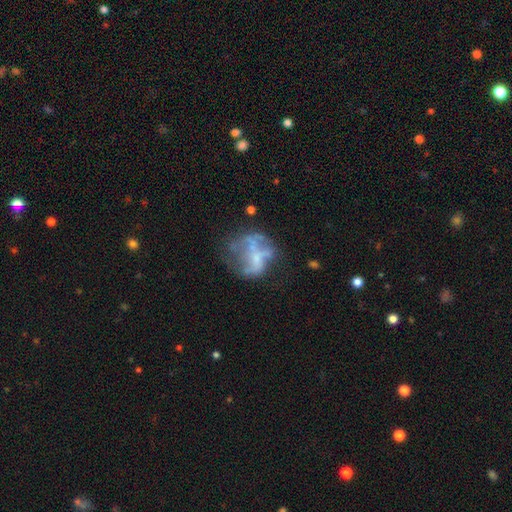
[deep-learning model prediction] Overall: featured or disk (61%; smooth 25%). Edge-on disk: no (98%). Bar: no (78%). Spiral arms: no (75%). Bulge size: none (44%; small 38%). Merging: none (41%; major disturbance 32%).